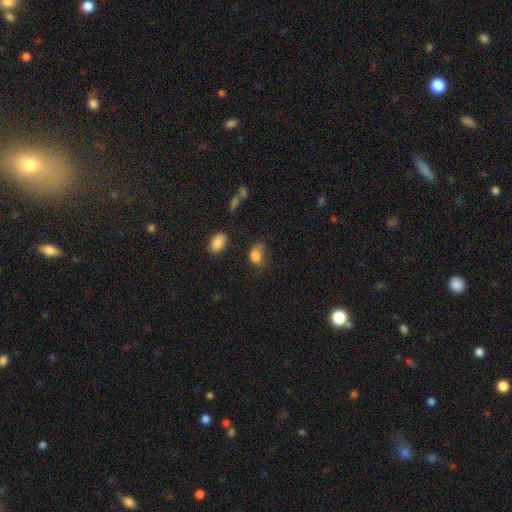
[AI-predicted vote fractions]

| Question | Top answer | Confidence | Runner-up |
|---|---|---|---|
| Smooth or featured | smooth | 82% | star or artifact (11%) |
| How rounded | in between | 71% | round (28%) |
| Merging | none | 41% | minor disturbance (34%) |